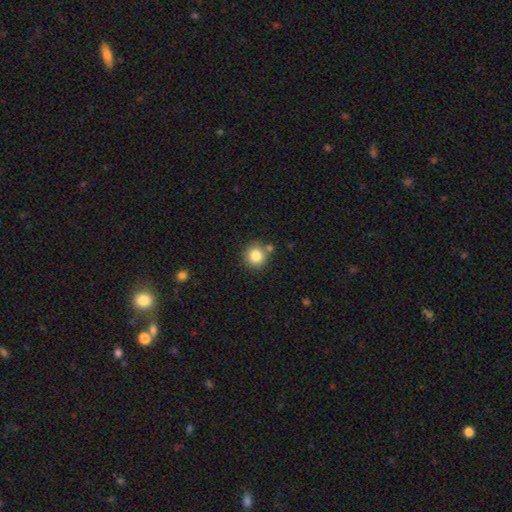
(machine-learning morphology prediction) The model was most divided on "merging": none: 75%, merger: 12%, minor disturbance: 10%, major disturbance: 3%. More confident: how rounded — round (92%); smooth or featured — smooth (83%).